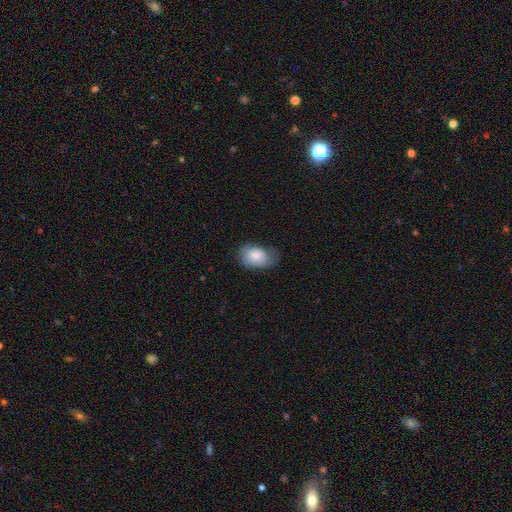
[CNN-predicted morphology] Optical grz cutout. It shows a smooth galaxy with no disk features (76%) that is in between round and cigar-shaped (84%). Merging: none (50%).